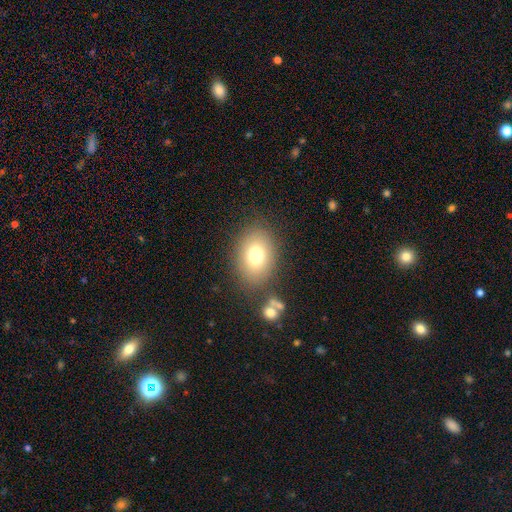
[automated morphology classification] smooth_or_featured: smooth (p=0.76) [alt: featured or disk p=0.13]
how_rounded: in between (p=0.72) [alt: round p=0.27]
merging: none (p=0.80) [alt: minor disturbance p=0.11]